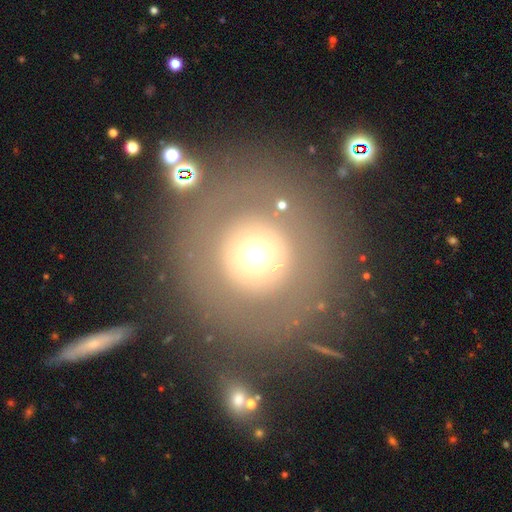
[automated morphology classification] Smooth or featured?
  - smooth: 62% *
  - featured or disk: 22%
  - star or artifact: 16%
How rounded?
  - round: 93% *
  - in between: 6%
  - cigar-shaped: 1%
Merging?
  - none: 82% *
  - minor disturbance: 7%
  - major disturbance: 7%
  - merger: 4%